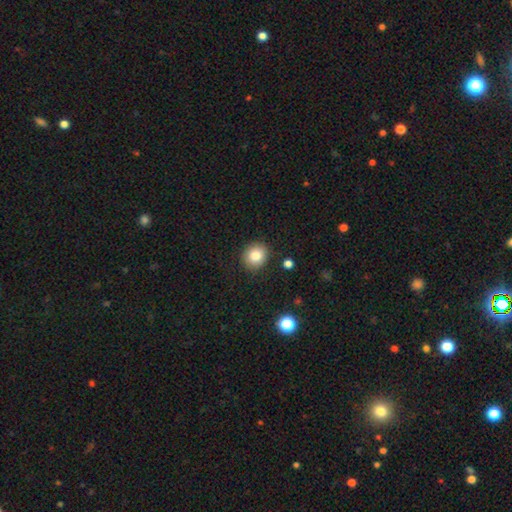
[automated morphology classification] smooth 82%, star or artifact 10%, featured or disk 8%. Down the decision tree: how rounded — round (83%); merging — none (89%).